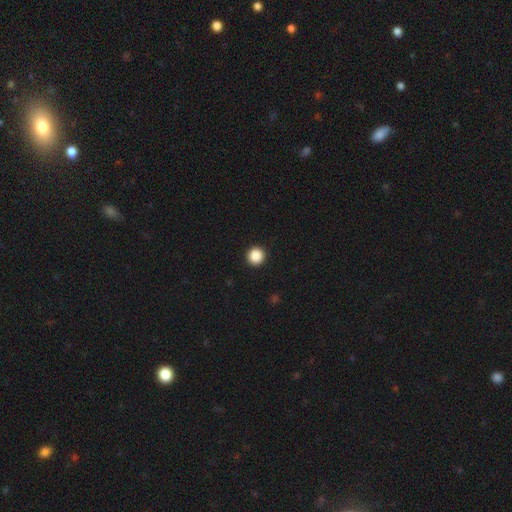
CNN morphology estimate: Smooth or featured? Predicted: smooth (p=0.88). How rounded? Predicted: round (p=0.96). Merging? Predicted: none (p=0.94).